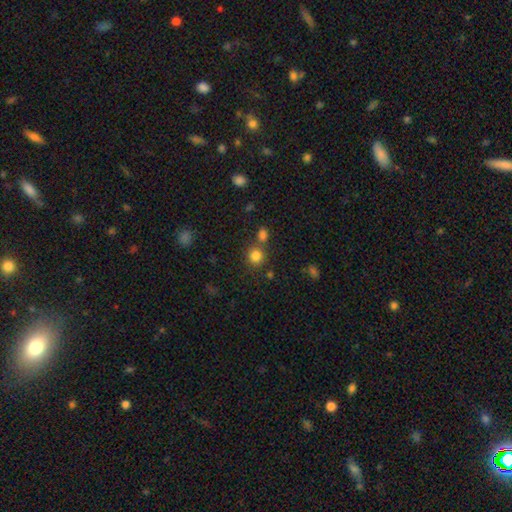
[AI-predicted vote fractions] A smooth galaxy with no disk features (81%) that is round (87%).

Vote fractions:
- Smooth or featured? smooth: 81% / star or artifact: 13% / featured or disk: 6%
- How rounded? round: 87% / in between: 12% / cigar-shaped: 1%
- Merging? none: 69% / merger: 19% / minor disturbance: 9% / major disturbance: 3%